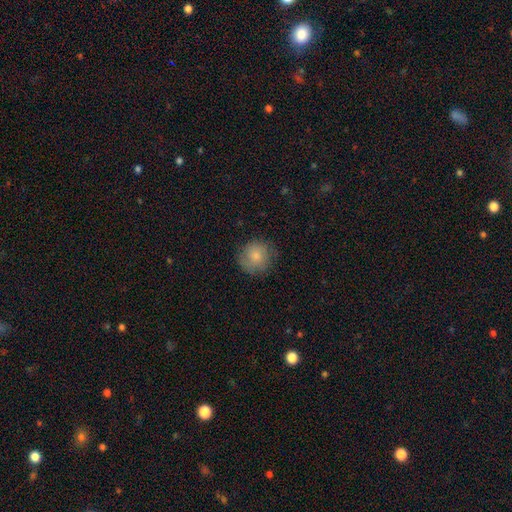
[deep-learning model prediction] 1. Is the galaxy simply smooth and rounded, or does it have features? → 82% smooth, 11% featured or disk, 8% star or artifact.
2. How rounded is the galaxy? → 91% round, 8% in between, 1% cigar-shaped.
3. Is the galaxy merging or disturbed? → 80% none, 15% minor disturbance, 4% major disturbance, 1% merger.